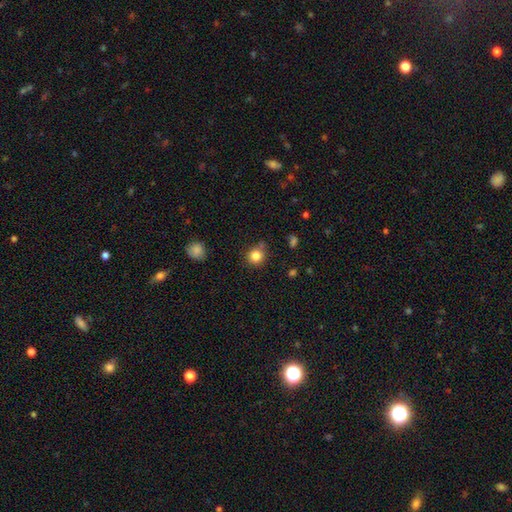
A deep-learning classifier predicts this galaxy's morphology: Smooth or featured: smooth — 83% (star or artifact — 11%)
How rounded: round — 89% (in between — 10%)
Merging: none — 73% (minor disturbance — 16%)